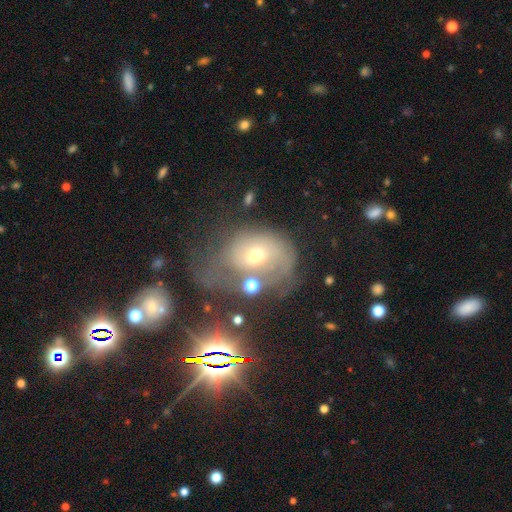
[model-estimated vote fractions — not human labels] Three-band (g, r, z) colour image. It shows a featured or disk galaxy (44%). Merging: major disturbance (39%).